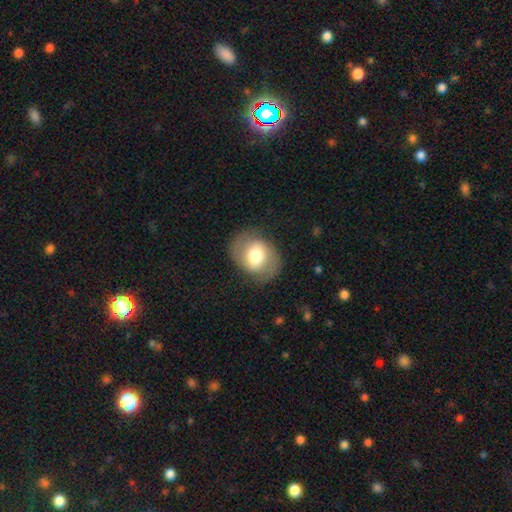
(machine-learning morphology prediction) Overall: smooth (51%; featured or disk 42%). How rounded: in between (55%; round 44%). Merging: none (77%).